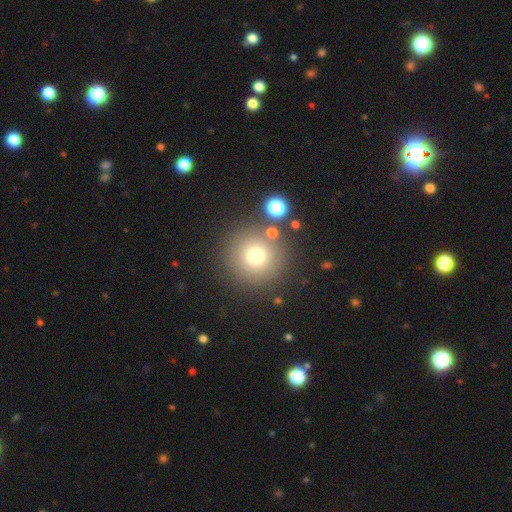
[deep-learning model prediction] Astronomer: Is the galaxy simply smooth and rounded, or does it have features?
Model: smooth — 72%.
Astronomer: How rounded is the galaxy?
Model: round — 96%.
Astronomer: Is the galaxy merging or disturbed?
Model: none — 82%.